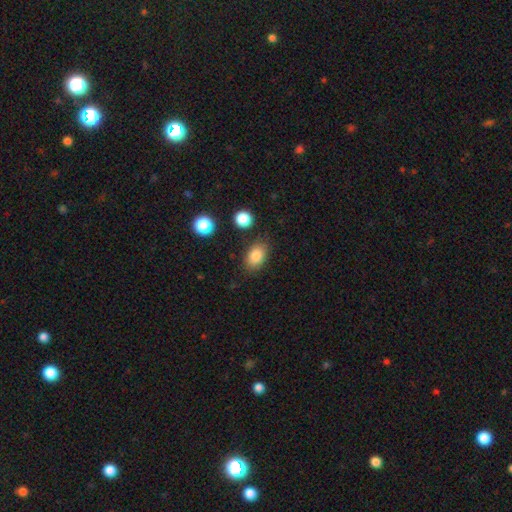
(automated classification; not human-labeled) A smooth galaxy with no disk features (85%) that is in between round and cigar-shaped (84%).

Vote fractions:
- Smooth or featured? smooth: 85% / star or artifact: 9% / featured or disk: 7%
- How rounded? in between: 84% / round: 14% / cigar-shaped: 1%
- Merging? none: 80% / minor disturbance: 13% / major disturbance: 4% / merger: 3%